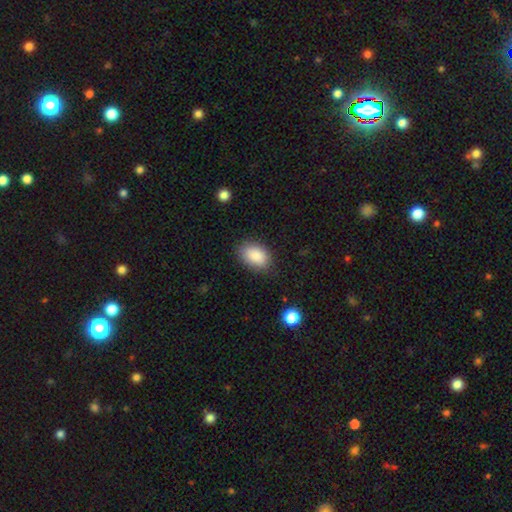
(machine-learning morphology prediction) Q: Smooth or featured?
A: smooth (88%); runner-up: star or artifact (7%)
Q: How rounded?
A: in between (89%); runner-up: round (10%)
Q: Merging?
A: none (83%); runner-up: minor disturbance (13%)